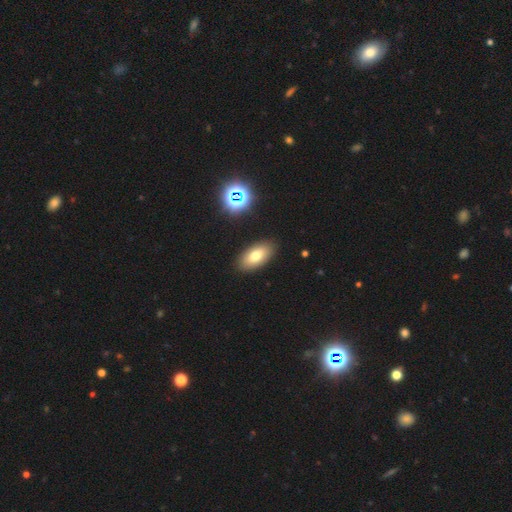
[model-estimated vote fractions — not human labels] The model was most divided on "smooth or featured": smooth: 75%, featured or disk: 15%, star or artifact: 10%. More confident: how rounded — in between (91%); merging — none (89%).